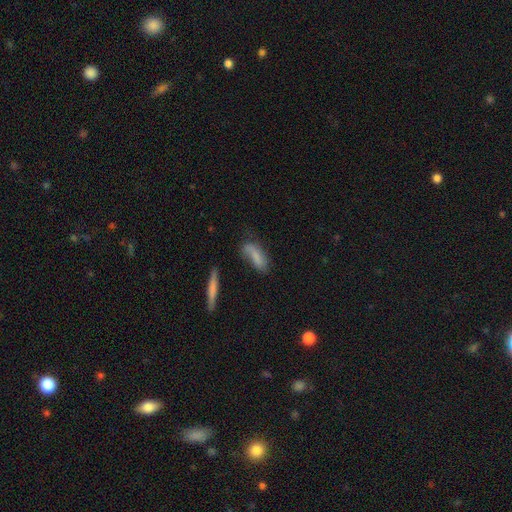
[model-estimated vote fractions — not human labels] A smooth galaxy with no disk features (67%) that is in between round and cigar-shaped (59%). Merging: none (47%).